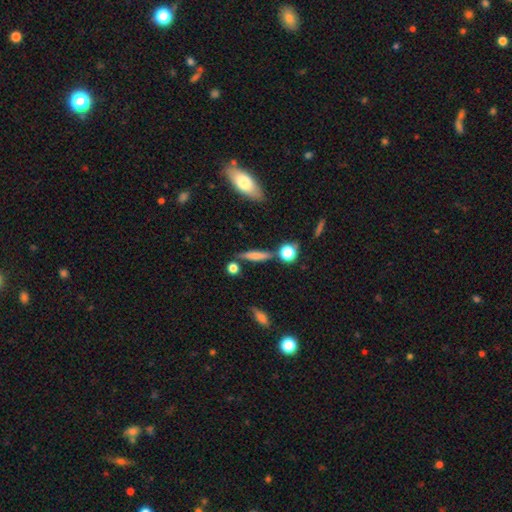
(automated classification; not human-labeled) smooth 59%, featured or disk 32%, star or artifact 9%. Down the decision tree: how rounded — cigar-shaped (80%); merging — none (75%).